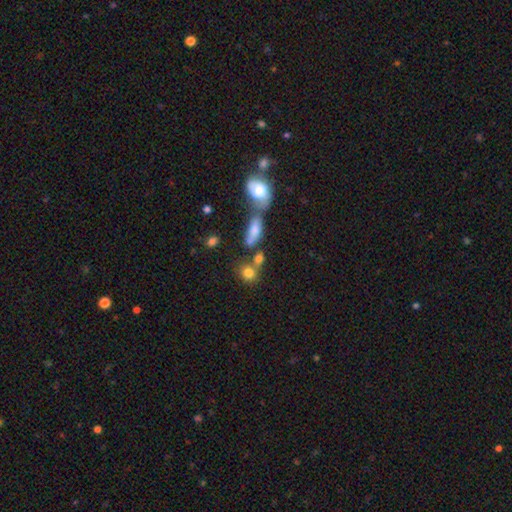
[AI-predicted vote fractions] This is marginally a smooth galaxy (40%). Merging: marginally merger (44%).